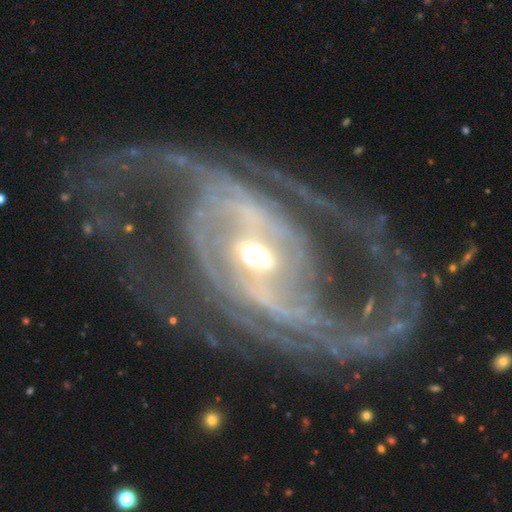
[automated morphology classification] Overall: featured or disk (91%). Edge-on disk: no (96%). Bar: weak (37%; strong 36%). Spiral arms: yes (95%). Spiral arm count: 2 (52%; can't tell 14%). Spiral winding: medium (44%; tight 29%). Bulge size: moderate (64%; small 27%). Merging: none (54%; major disturbance 28%).